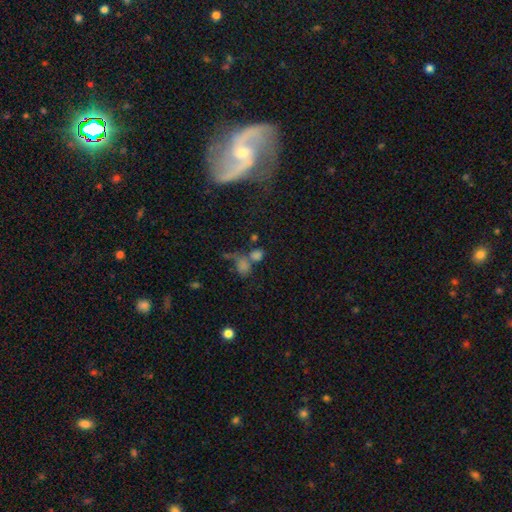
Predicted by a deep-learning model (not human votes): smooth 66%, star or artifact 22%, featured or disk 12%. Down the decision tree: how rounded — round (58%); merging — none (41%).